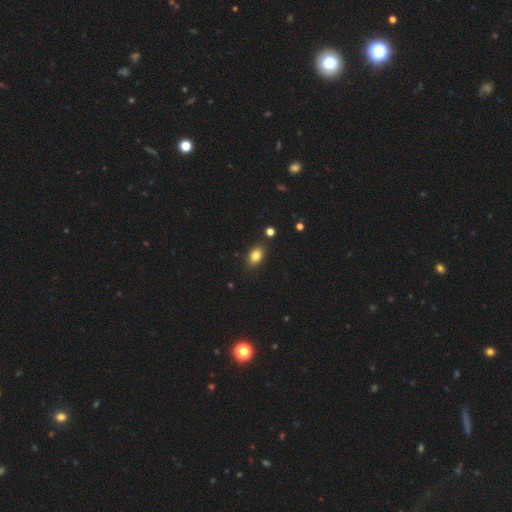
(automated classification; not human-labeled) Overall: smooth (83%). How rounded: in between (82%). Merging: none (85%).